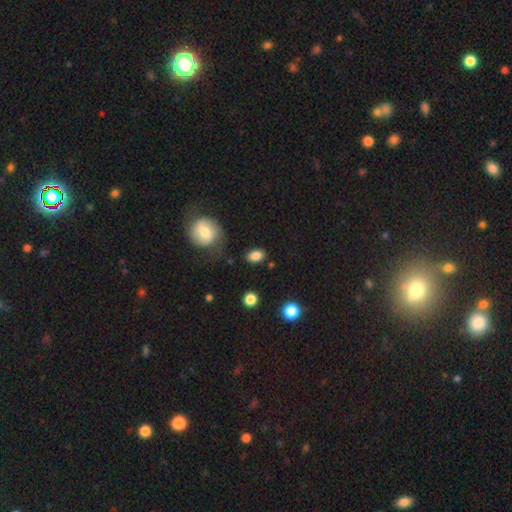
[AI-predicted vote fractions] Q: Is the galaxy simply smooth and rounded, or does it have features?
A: smooth — 85%.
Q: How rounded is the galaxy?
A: in between — 83%.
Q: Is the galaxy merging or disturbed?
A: none — 82%.